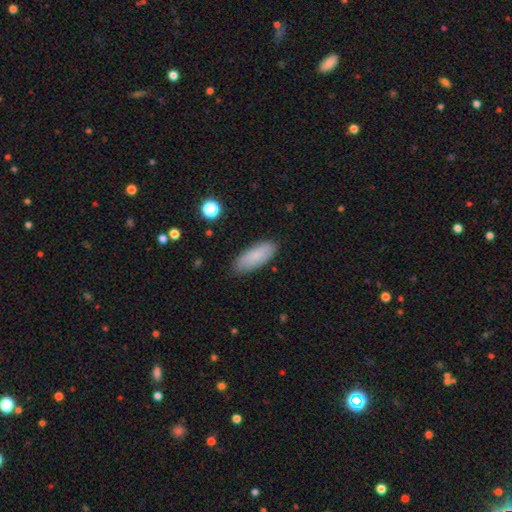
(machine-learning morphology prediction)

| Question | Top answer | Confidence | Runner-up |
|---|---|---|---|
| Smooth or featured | smooth | 81% | featured or disk (12%) |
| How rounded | in between | 76% | cigar-shaped (22%) |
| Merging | none | 85% | minor disturbance (12%) |